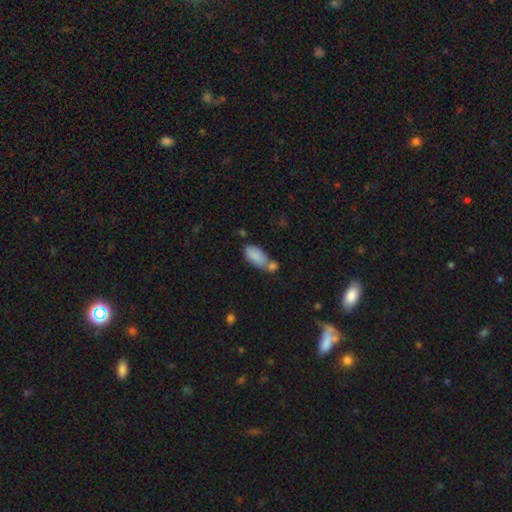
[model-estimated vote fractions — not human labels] Smooth or featured? Predicted: smooth (p=0.84). How rounded? Predicted: in between (p=0.91). Merging? Predicted: merger (p=0.46).